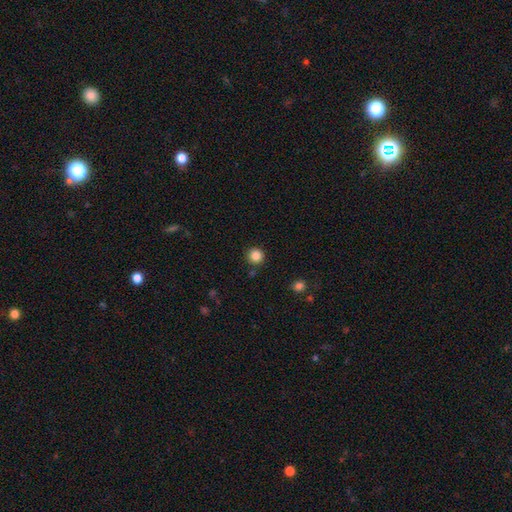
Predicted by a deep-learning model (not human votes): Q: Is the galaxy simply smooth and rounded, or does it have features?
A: smooth — 85%.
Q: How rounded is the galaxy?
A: round — 94%.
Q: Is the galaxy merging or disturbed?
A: none — 89%.